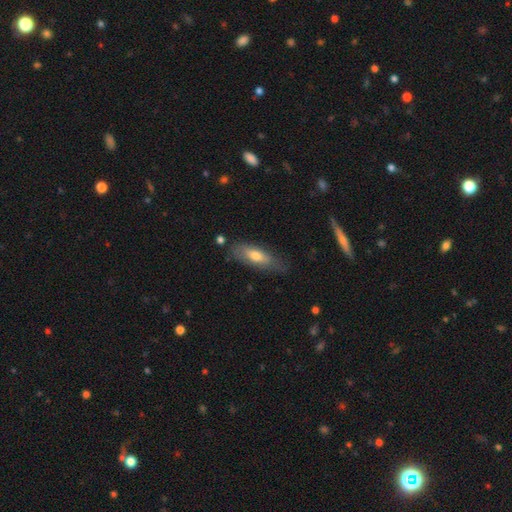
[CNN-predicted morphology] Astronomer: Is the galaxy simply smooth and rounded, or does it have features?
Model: smooth — 67%.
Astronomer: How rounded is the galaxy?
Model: in between — 60% (runner-up: cigar-shaped, 38%).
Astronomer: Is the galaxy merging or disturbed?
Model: none — 71%.